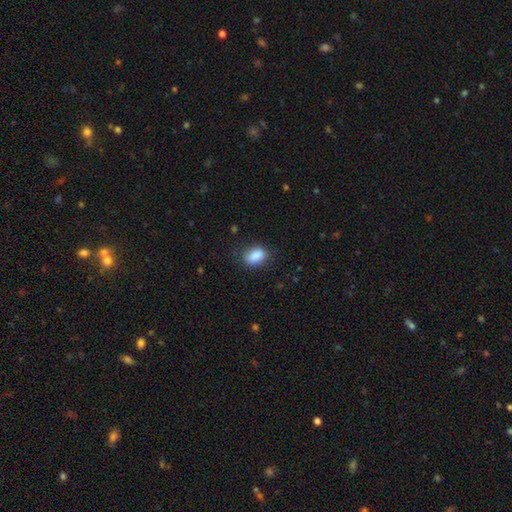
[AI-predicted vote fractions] Q: Smooth or featured?
A: smooth (88%); runner-up: star or artifact (8%)
Q: How rounded?
A: in between (84%); runner-up: round (14%)
Q: Merging?
A: none (79%); runner-up: minor disturbance (16%)